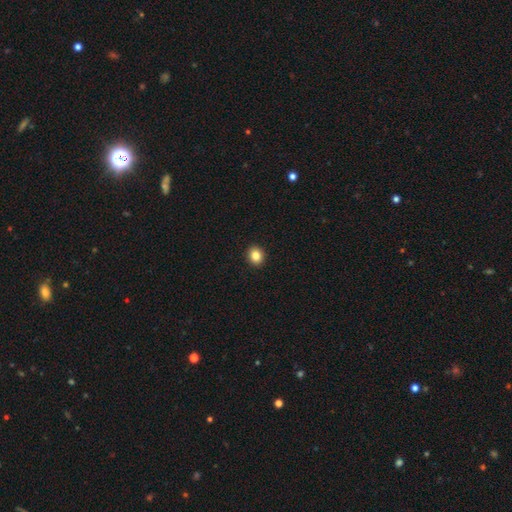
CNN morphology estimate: This appears to be a smooth galaxy with no disk features (84%) that is round (79%). Merging: none (93%).